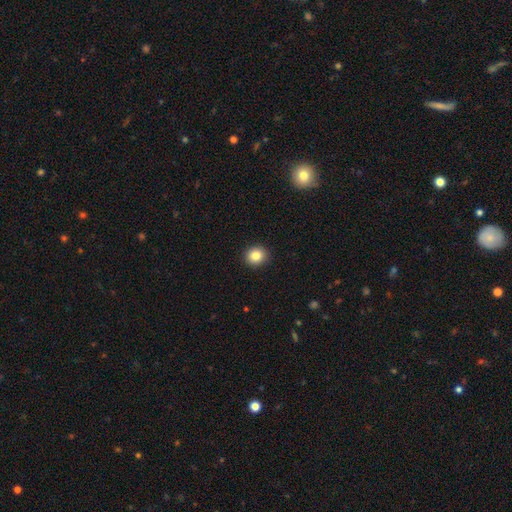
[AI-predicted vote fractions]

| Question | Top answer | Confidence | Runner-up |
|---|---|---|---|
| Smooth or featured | smooth | 84% | star or artifact (10%) |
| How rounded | round | 84% | in between (15%) |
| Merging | none | 92% | minor disturbance (6%) |